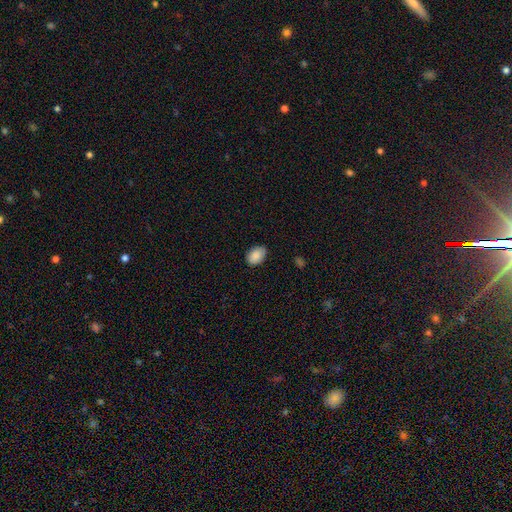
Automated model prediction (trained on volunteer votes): Overall: smooth (89%). How rounded: in between (85%). Merging: none (81%).